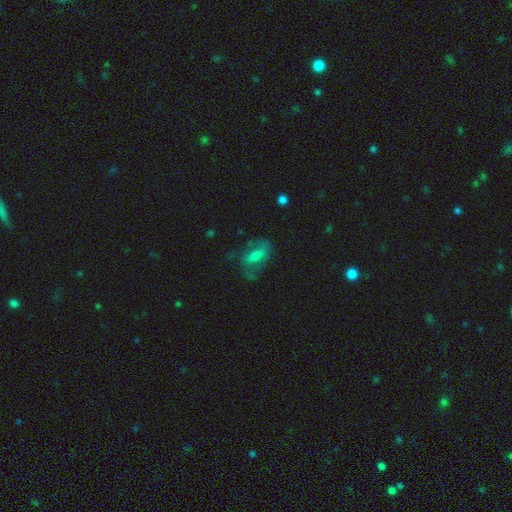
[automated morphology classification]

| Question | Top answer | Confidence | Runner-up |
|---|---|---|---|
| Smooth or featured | featured or disk | 50% | smooth (40%) |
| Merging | none | 53% | minor disturbance (24%) |